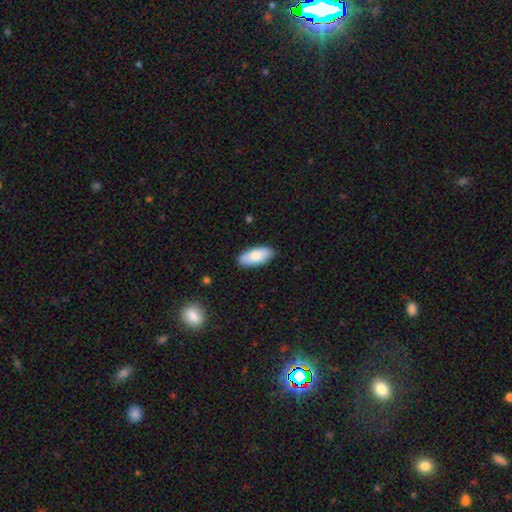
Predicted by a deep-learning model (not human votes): Smooth or featured?
  - smooth: 78% *
  - featured or disk: 16%
  - star or artifact: 6%
How rounded?
  - in between: 88% *
  - cigar-shaped: 10%
  - round: 2%
Merging?
  - none: 88% *
  - minor disturbance: 9%
  - major disturbance: 2%
  - merger: 1%